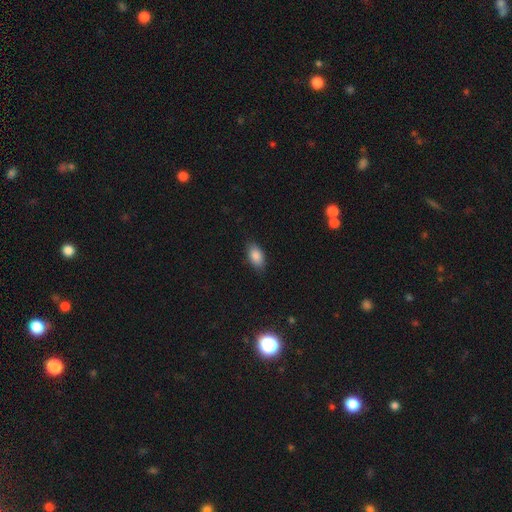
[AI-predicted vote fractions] Overall: smooth (86%). How rounded: in between (91%). Merging: none (84%).